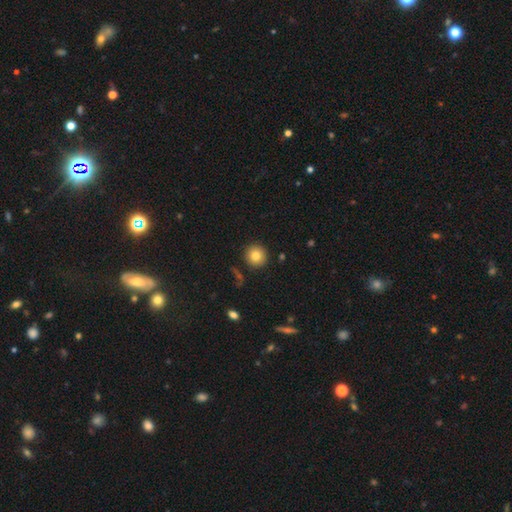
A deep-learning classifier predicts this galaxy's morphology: smooth 82%, star or artifact 10%, featured or disk 9%. Down the decision tree: how rounded — round (94%); merging — none (90%).